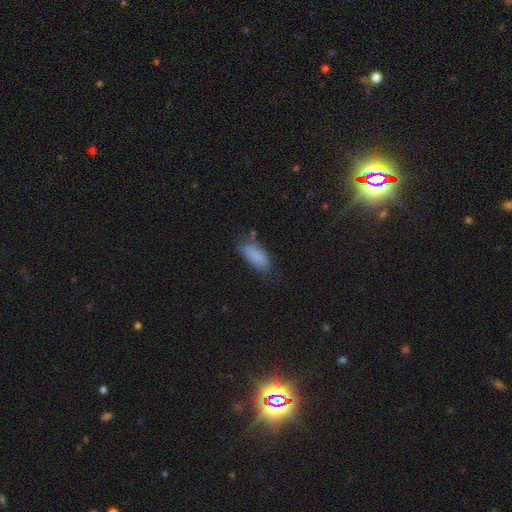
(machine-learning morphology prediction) Smooth or featured? Predicted: smooth (p=0.84). How rounded? Predicted: in between (p=0.80). Merging? Predicted: none (p=0.64).